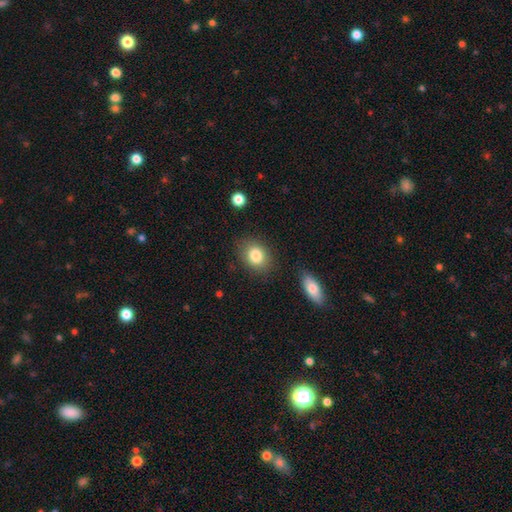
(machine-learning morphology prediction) Smooth or featured: smooth — 83% (star or artifact — 9%)
How rounded: in between — 53% (round — 46%)
Merging: none — 81% (minor disturbance — 13%)